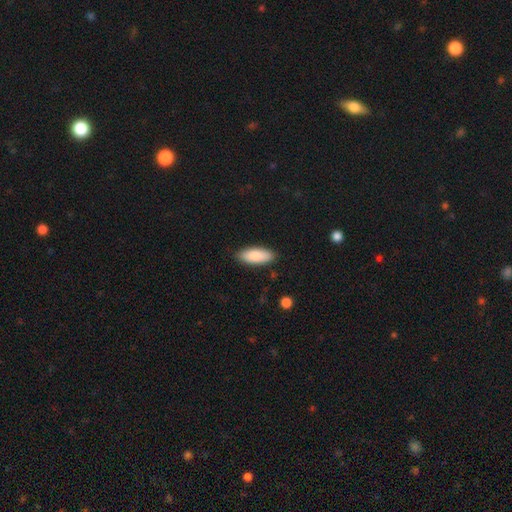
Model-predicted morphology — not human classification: Smooth or featured? Predicted: smooth (p=0.87). How rounded? Predicted: in between (p=0.76). Merging? Predicted: none (p=0.87).